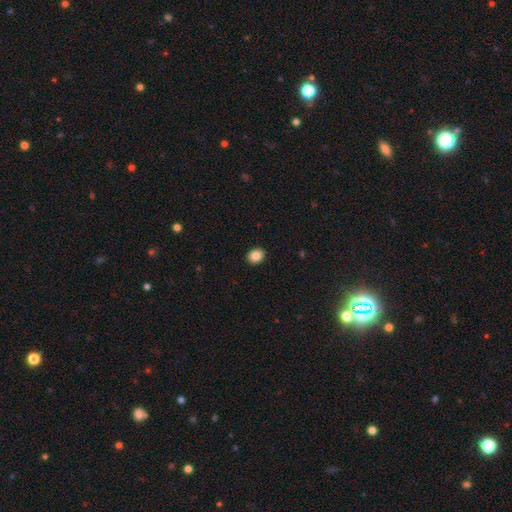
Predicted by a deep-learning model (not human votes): Smooth or featured? Predicted: smooth (p=0.86). How rounded? Predicted: round (p=0.54). Merging? Predicted: none (p=0.91).